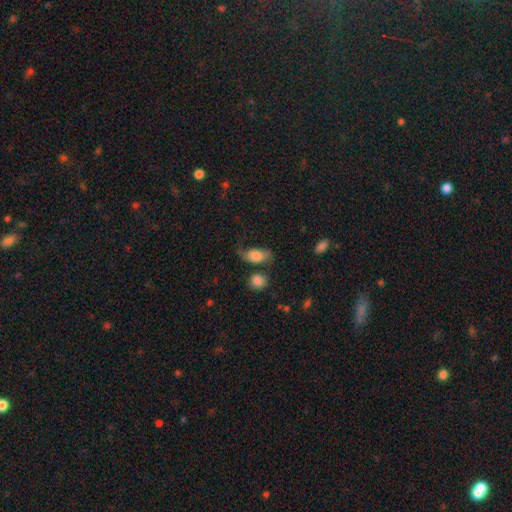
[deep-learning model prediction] smooth-or-featured: smooth: 58% | featured or disk: 33% | star or artifact: 9%
  how-rounded: in between: 84% | round: 12% | cigar-shaped: 4%
  merging: none: 44% | minor disturbance: 25% | major disturbance: 21% | merger: 10%